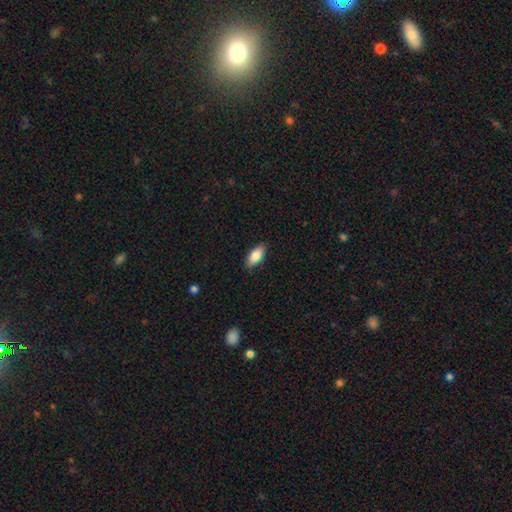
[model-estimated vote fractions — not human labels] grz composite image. It shows a smooth galaxy with no disk features (83%) that is in between round and cigar-shaped (86%). Merging: none (86%).